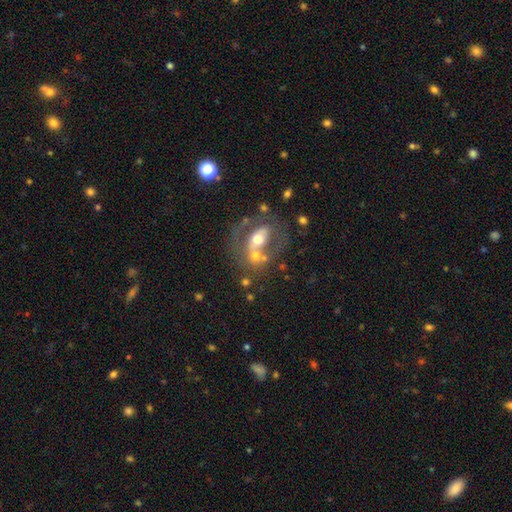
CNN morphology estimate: featured or disk 53%, smooth 36%, star or artifact 10%. Down the decision tree: edge-on disk — no (92%); merging — none (43%).